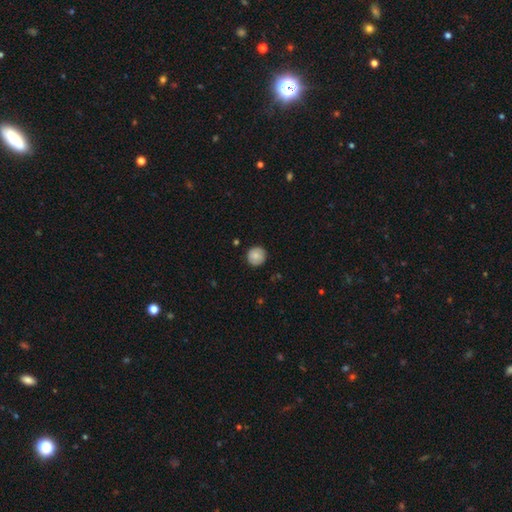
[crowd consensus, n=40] Q: Smooth or featured?
A: smooth (68%); runner-up: featured or disk (22%)
Q: How rounded?
A: round (100%)
Q: Merging?
A: none (86%); runner-up: minor disturbance (14%)